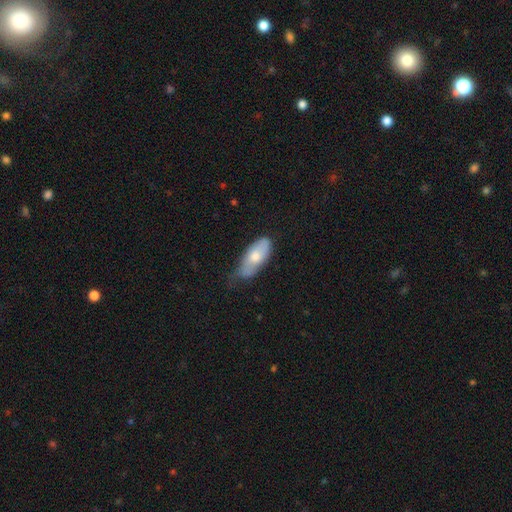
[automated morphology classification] type=smooth (66%); roundness=in between (83%); merging=none (44%).